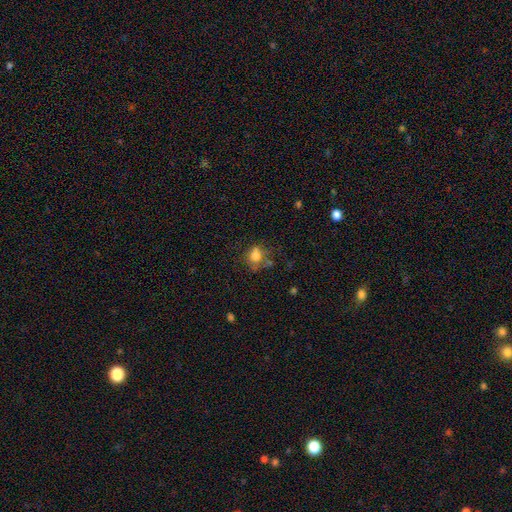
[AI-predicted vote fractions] smooth_or_featured: smooth (p=0.67) [alt: featured or disk p=0.18]
how_rounded: round (p=0.62) [alt: in between p=0.37]
merging: none (p=0.48) [alt: minor disturbance p=0.22]